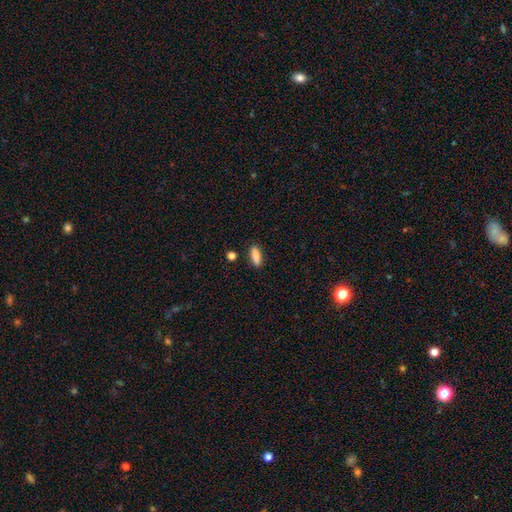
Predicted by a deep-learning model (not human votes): Q: Smooth or featured?
A: smooth (86%); runner-up: star or artifact (7%)
Q: How rounded?
A: in between (61%); runner-up: cigar-shaped (36%)
Q: Merging?
A: none (84%); runner-up: minor disturbance (11%)